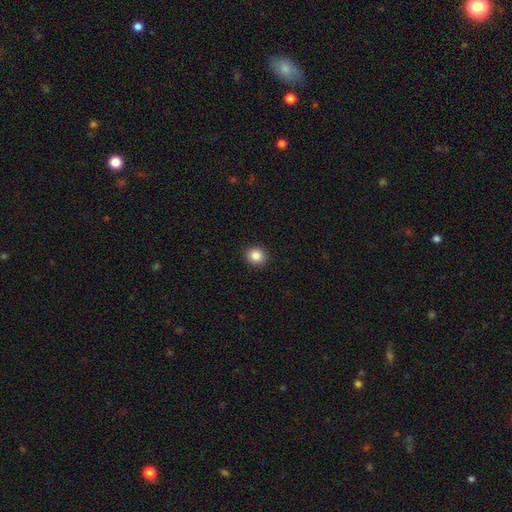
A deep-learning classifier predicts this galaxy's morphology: Overall: smooth (86%). How rounded: round (81%). Merging: none (92%).